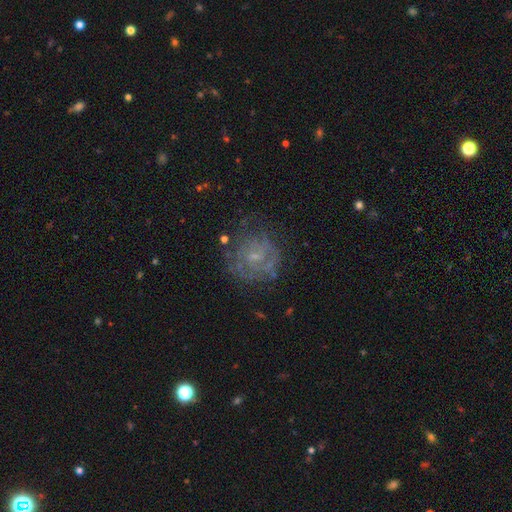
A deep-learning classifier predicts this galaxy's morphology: A featured or disk galaxy (69%) with no bar (58%), spiral arms (73%) and a small central bulge (65%).

Vote fractions:
- Smooth or featured? featured or disk: 69% / smooth: 19% / star or artifact: 12%
- Edge-on disk? no: 98% / yes: 2%
- Bar? no: 58% / weak: 35% / strong: 6%
- Spiral arms? yes: 73% / no: 27%
- Bulge size? small: 65% / moderate: 18% / none: 16% / large: 1% / dominant: 1%
- Merging? none: 66% / minor disturbance: 19% / major disturbance: 13% / merger: 2%